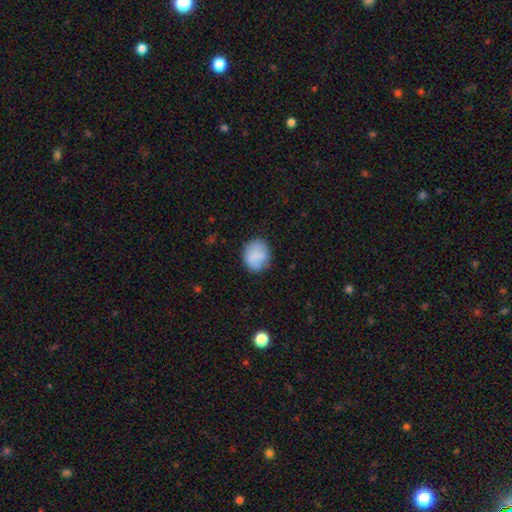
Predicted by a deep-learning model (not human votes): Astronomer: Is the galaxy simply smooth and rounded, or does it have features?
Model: smooth — 79%.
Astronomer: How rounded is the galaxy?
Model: round — 70%.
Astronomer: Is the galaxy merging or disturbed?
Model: none — 72%.